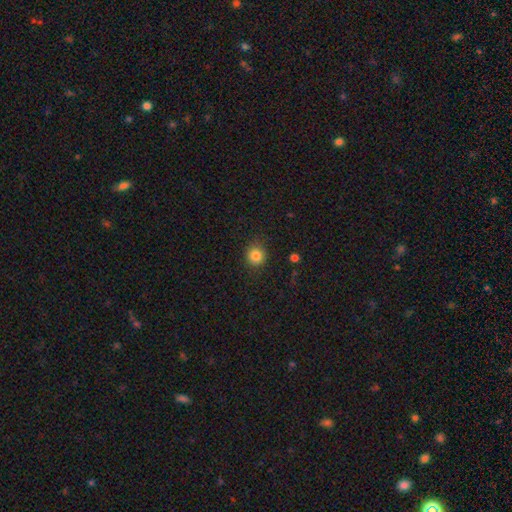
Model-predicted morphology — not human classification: smooth 84%, star or artifact 11%, featured or disk 5%. Down the decision tree: how rounded — round (91%); merging — none (88%).